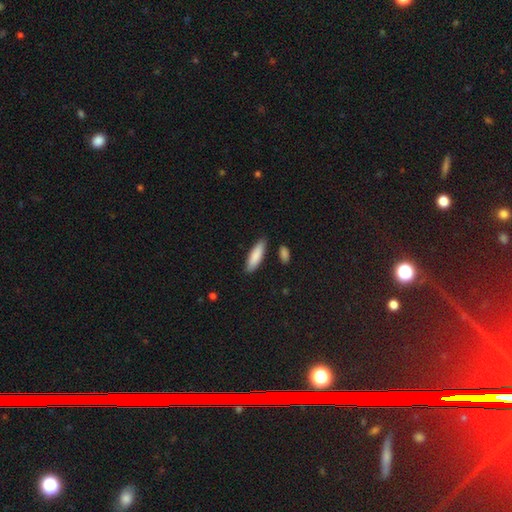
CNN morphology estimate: Overall: smooth (86%). How rounded: cigar-shaped (55%; in between 44%). Merging: none (84%).